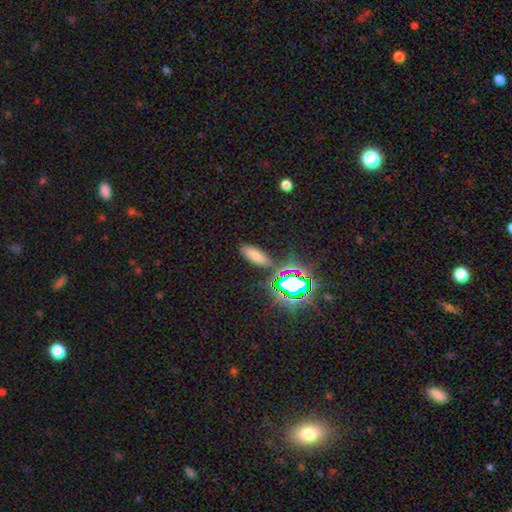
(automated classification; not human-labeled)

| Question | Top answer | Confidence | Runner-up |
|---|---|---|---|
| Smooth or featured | smooth | 63% | star or artifact (27%) |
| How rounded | in between | 76% | cigar-shaped (19%) |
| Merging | none | 80% | minor disturbance (12%) |